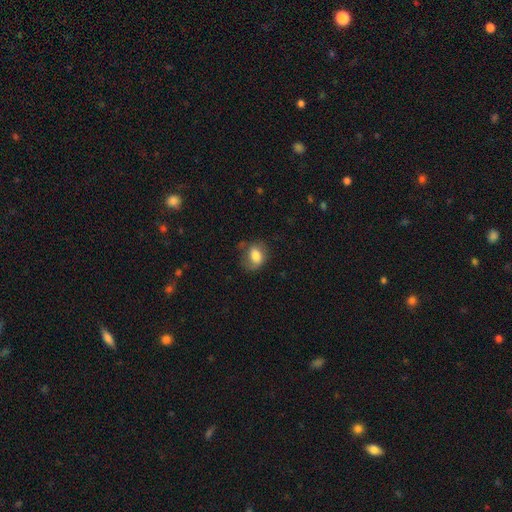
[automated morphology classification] Smooth or featured? smooth (74%)
How rounded? in between (64%)
Merging? none (53%)